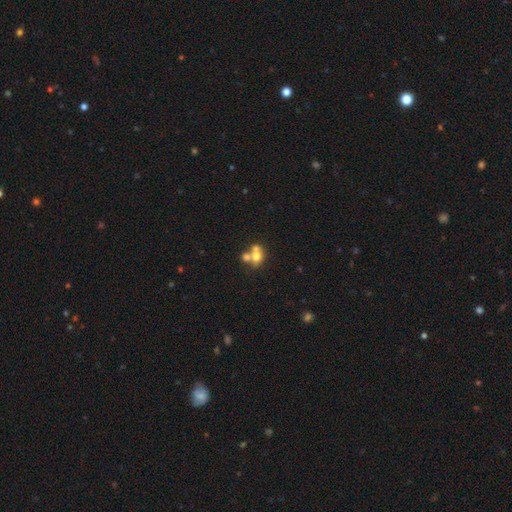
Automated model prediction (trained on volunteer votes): This appears to be a smooth galaxy with no disk features (62%) that is round (49%, tied with in between). Merging: merger (56%).